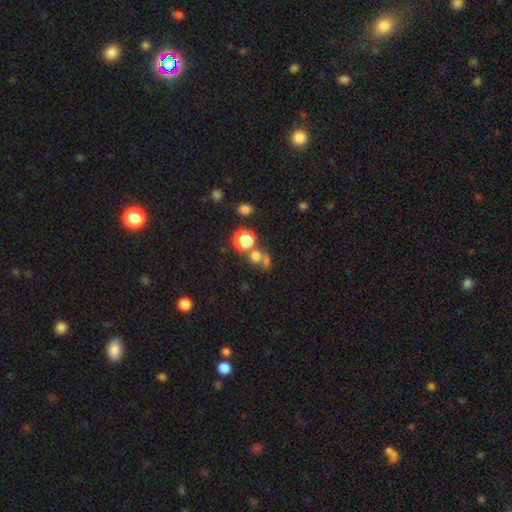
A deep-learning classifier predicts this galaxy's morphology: This appears to be a smooth galaxy with no disk features (53%) that is round (83%). Merging: none (53%).